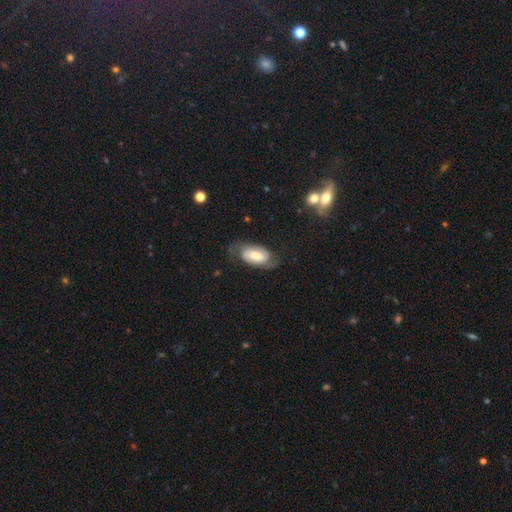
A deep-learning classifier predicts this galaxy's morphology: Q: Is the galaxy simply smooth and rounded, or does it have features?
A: featured or disk — 52%.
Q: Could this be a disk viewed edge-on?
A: no — 94%.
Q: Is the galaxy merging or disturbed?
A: none — 63%.